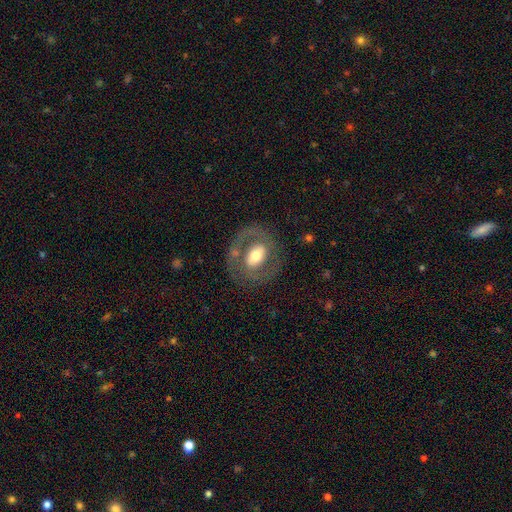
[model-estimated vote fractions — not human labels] This is likely a featured or disk galaxy (65%). It is clearly not viewed edge-on (95%). Bar: marginally no (39%). Spiral arm pattern: possibly yes (51%). Central bulge: likely moderate (61%). Merging: likely none (73%).